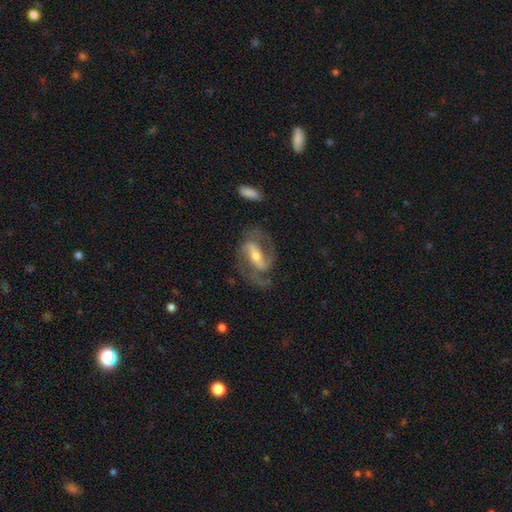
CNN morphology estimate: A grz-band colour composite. It shows a featured or disk galaxy (87%) with a strong bar (56%), 2 (89%) medium (56%) spiral arms (96%) and a moderate central bulge (53%). Merging: none (70%).